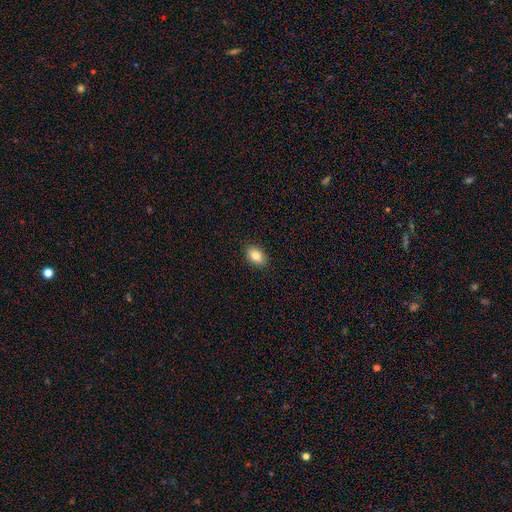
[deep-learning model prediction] Smooth or featured: smooth — 85% (star or artifact — 8%)
How rounded: in between — 85% (round — 14%)
Merging: none — 89% (minor disturbance — 8%)